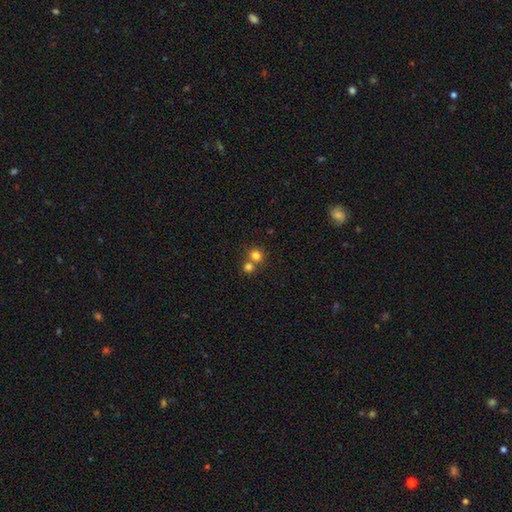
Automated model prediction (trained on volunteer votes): Morphology: type=smooth (80%); roundness=round (84%); merging=none (49%).